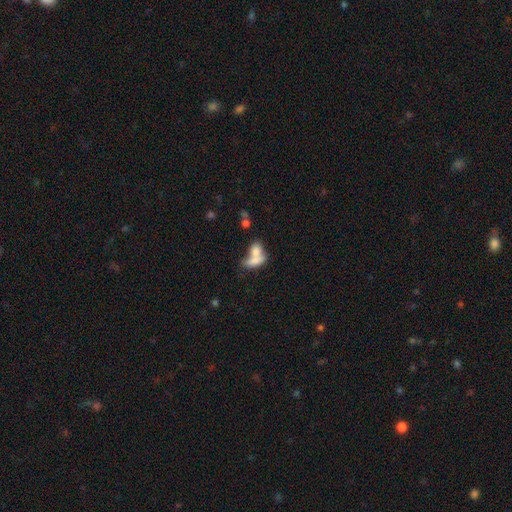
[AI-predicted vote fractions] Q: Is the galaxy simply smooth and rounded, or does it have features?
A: smooth — 72%.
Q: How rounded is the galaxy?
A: in between — 77%.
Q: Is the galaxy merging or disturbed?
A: merger — 64%.